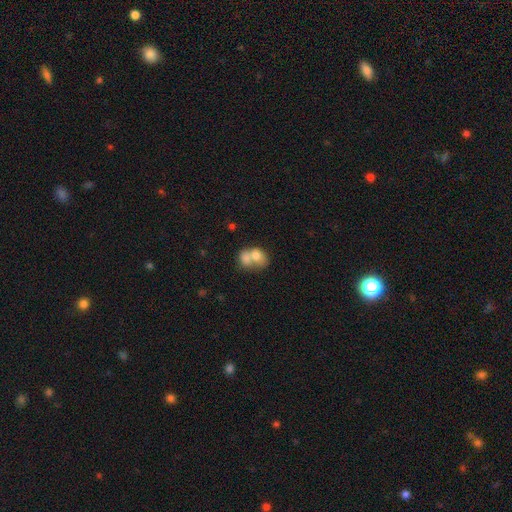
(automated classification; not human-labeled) Morphology: type=smooth (71%); roundness=in between (59%); merging=merger (75%).